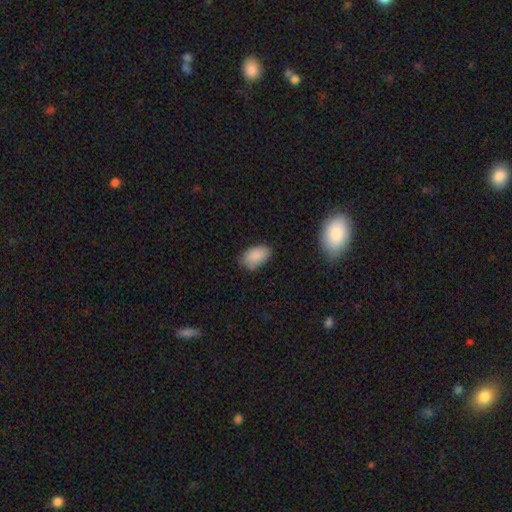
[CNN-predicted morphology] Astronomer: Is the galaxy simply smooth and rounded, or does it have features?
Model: smooth — 87%.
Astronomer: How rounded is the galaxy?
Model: in between — 93%.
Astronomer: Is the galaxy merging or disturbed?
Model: none — 72%.